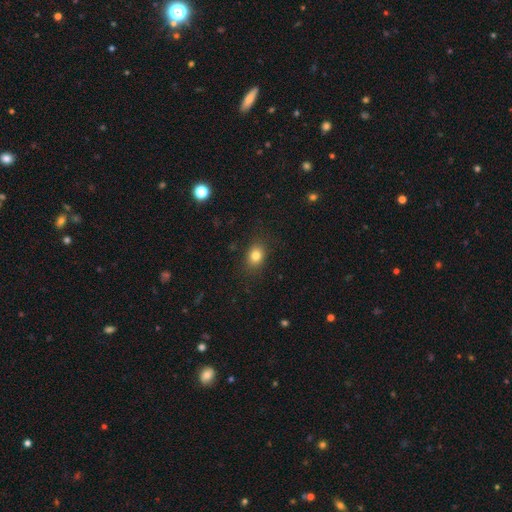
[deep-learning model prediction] Smooth or featured?
  - smooth: 82% *
  - star or artifact: 11%
  - featured or disk: 7%
How rounded?
  - in between: 57% *
  - round: 42%
  - cigar-shaped: 1%
Merging?
  - none: 85% *
  - minor disturbance: 11%
  - major disturbance: 3%
  - merger: 1%